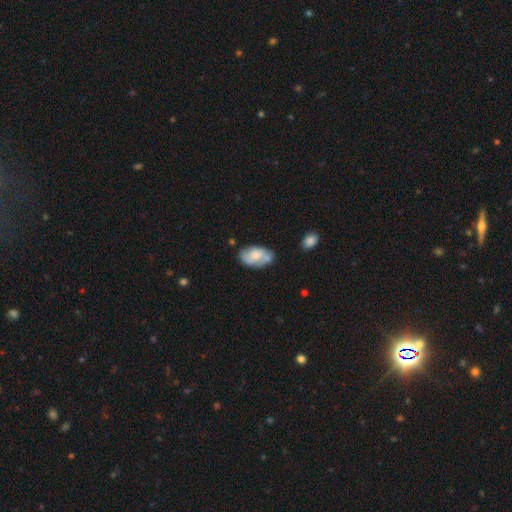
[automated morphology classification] Q: Smooth or featured?
A: smooth (51%); runner-up: featured or disk (42%)
Q: How rounded?
A: in between (92%); runner-up: round (6%)
Q: Merging?
A: none (51%); runner-up: minor disturbance (25%)